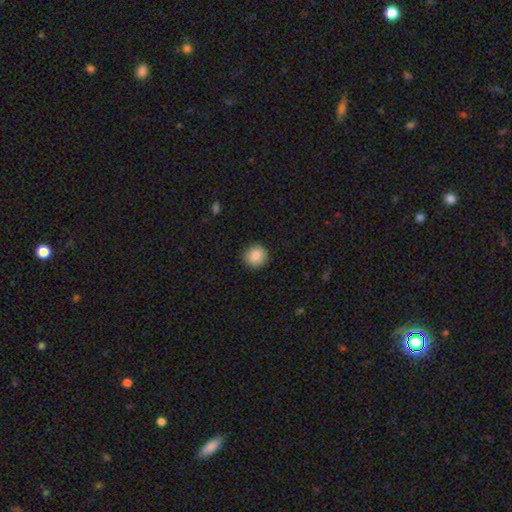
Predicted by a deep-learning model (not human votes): smooth-or-featured: smooth: 88% | star or artifact: 8% | featured or disk: 4%
  how-rounded: round: 92% | in between: 8% | cigar-shaped: 1%
  merging: none: 90% | minor disturbance: 7% | major disturbance: 2% | merger: 1%